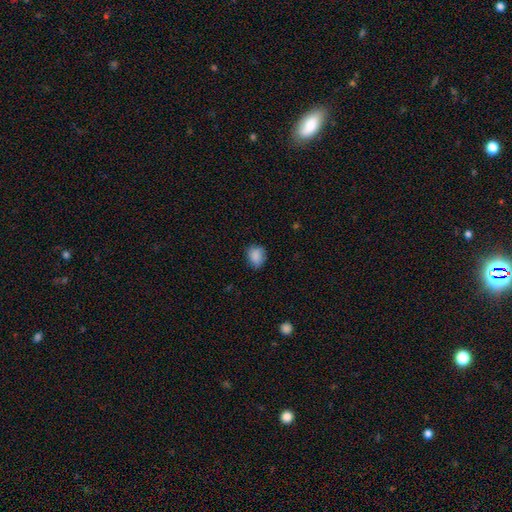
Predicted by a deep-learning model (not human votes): Smooth or featured? Predicted: smooth (p=0.87). How rounded? Predicted: round (p=0.52). Merging? Predicted: none (p=0.73).